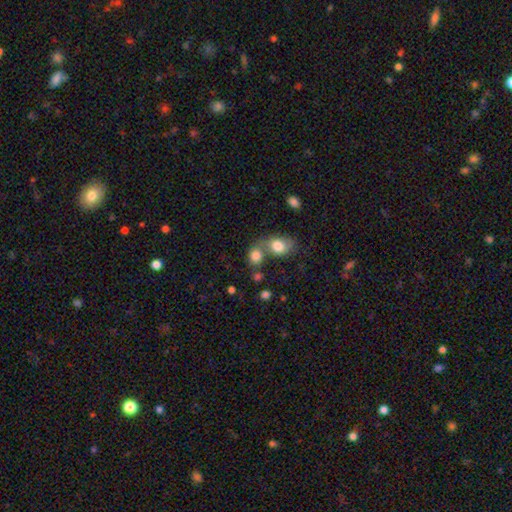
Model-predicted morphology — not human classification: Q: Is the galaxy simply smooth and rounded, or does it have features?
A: smooth — 81%.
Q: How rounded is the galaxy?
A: round — 57%.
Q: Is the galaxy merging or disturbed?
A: merger — 51%.